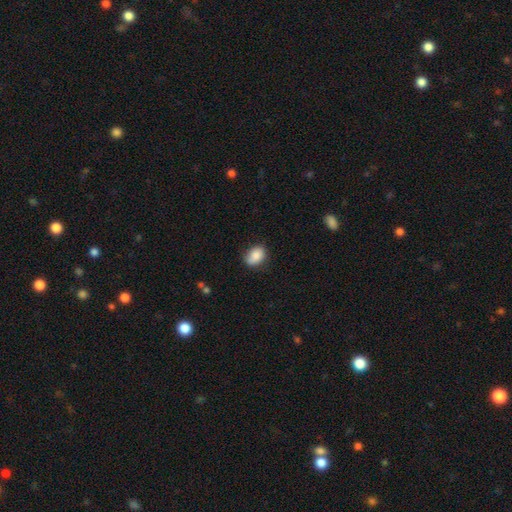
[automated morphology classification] This appears to be a smooth galaxy with no disk features (84%) that is in between round and cigar-shaped (71%). Merging: none (70%).